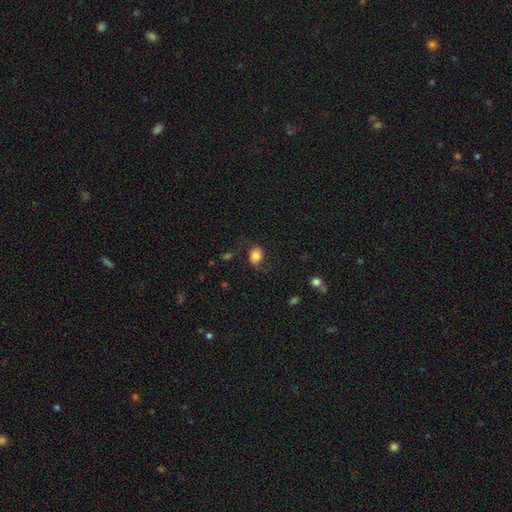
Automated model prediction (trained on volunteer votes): smooth_or_featured: smooth (p=0.72) [alt: featured or disk p=0.19]
how_rounded: in between (p=0.60) [alt: round p=0.39]
merging: none (p=0.62) [alt: minor disturbance p=0.22]